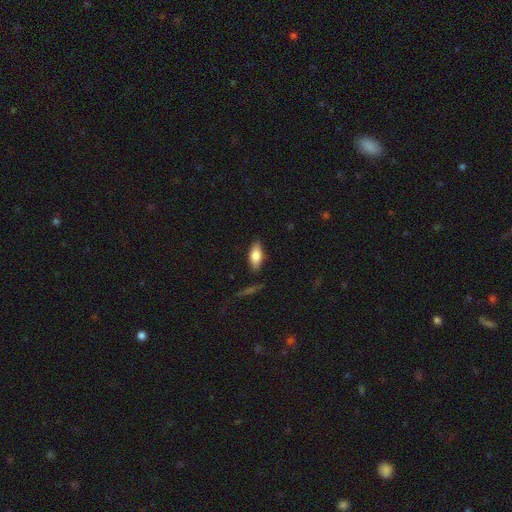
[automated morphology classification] This is likely a smooth galaxy (75%). How rounded: clearly in between (83%). Merging: clearly none (83%).